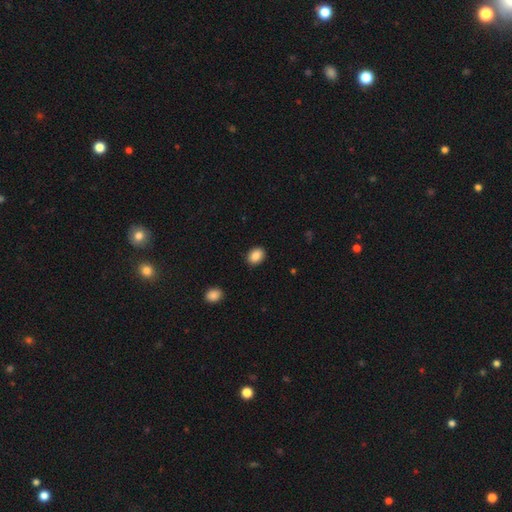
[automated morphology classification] This is clearly a smooth galaxy (88%). How rounded: likely in between (63%). Merging: clearly none (90%).